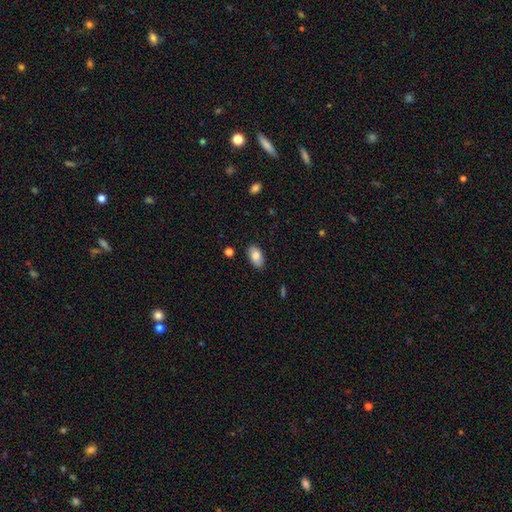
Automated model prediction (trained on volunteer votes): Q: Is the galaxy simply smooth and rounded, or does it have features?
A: smooth — 83%.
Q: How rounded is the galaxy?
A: in between — 94%.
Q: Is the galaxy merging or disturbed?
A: none — 86%.